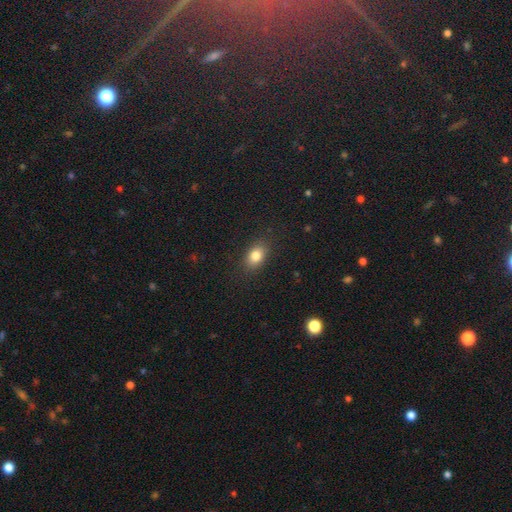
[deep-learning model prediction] Smooth or featured? Predicted: smooth (p=0.81). How rounded? Predicted: in between (p=0.76). Merging? Predicted: none (p=0.86).